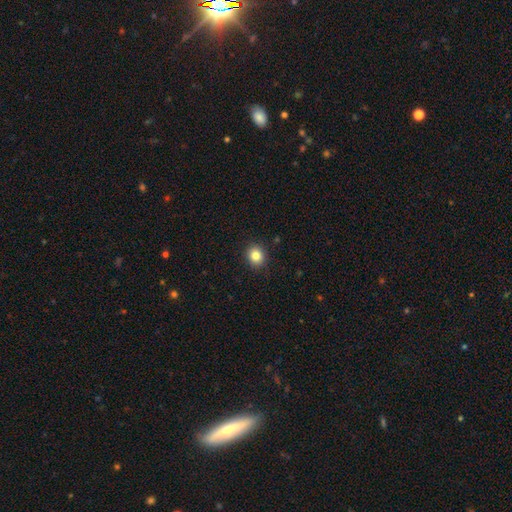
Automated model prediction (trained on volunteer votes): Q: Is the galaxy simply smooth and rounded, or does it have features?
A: smooth — 84%.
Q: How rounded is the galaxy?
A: round — 79%.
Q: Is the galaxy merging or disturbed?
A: none — 91%.